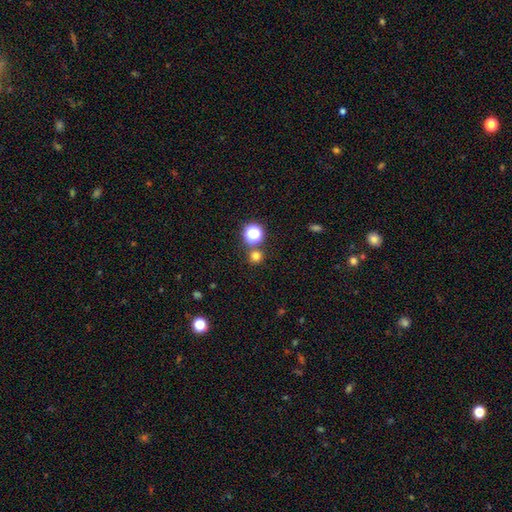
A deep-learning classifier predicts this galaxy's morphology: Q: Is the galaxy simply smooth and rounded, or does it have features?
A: smooth — 72%.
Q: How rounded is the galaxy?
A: round — 93%.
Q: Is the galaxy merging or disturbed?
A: none — 79%.